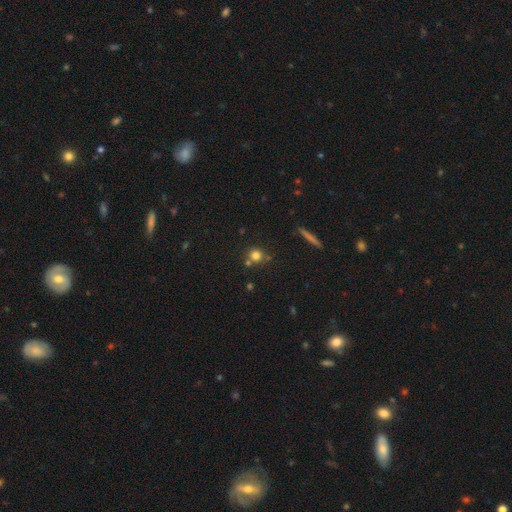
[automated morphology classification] Q: Smooth or featured?
A: smooth (76%); runner-up: star or artifact (14%)
Q: How rounded?
A: round (89%); runner-up: in between (9%)
Q: Merging?
A: none (68%); runner-up: merger (18%)